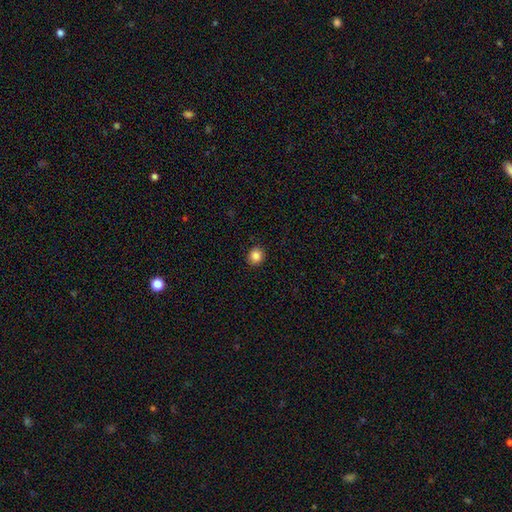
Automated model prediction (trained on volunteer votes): Smooth or featured?
  - smooth: 86% *
  - star or artifact: 10%
  - featured or disk: 4%
How rounded?
  - round: 77% *
  - in between: 22%
  - cigar-shaped: 1%
Merging?
  - none: 91% *
  - minor disturbance: 6%
  - major disturbance: 2%
  - merger: 1%